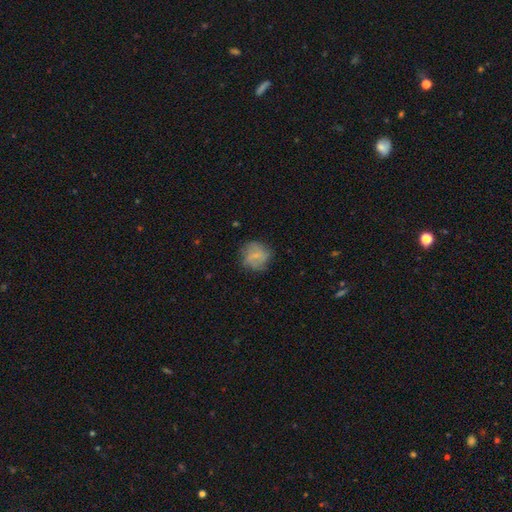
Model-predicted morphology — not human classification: This appears to be a smooth galaxy with no disk features (53%) that is round (85%). Merging: none (71%).